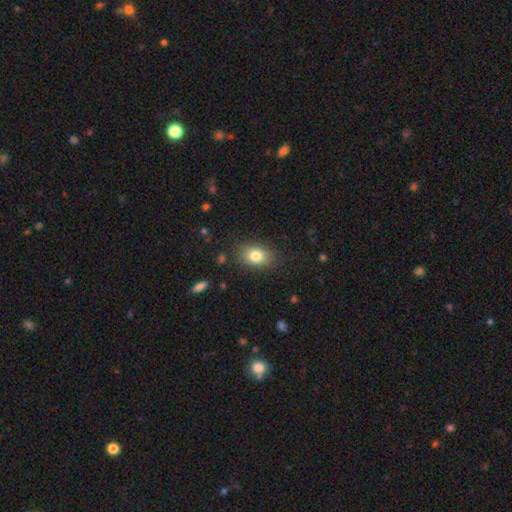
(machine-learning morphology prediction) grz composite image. It shows a smooth galaxy with no disk features (81%) that is in between round and cigar-shaped (77%). Merging: none (84%).